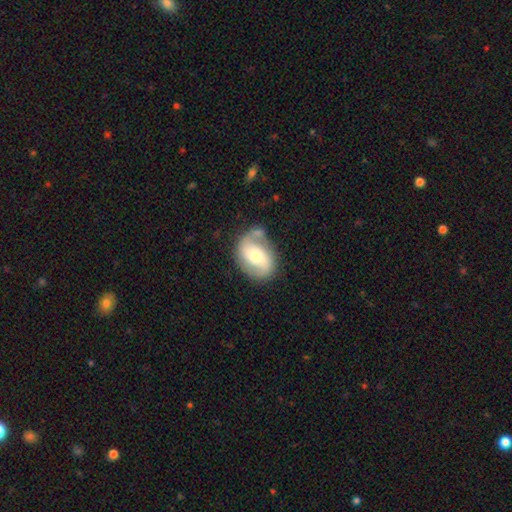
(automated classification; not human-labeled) Smooth or featured: featured or disk — 68% (smooth — 26%)
Edge-on disk: no — 97% (yes — 3%)
Bar: no — 47% (weak — 37%)
Spiral arms: yes — 86% (no — 14%)
Spiral winding: medium — 44% (loose — 38%)
Spiral arm count: 2 — 88% (can't tell — 6%)
Bulge size: moderate — 56% (small — 30%)
Merging: none — 65% (minor disturbance — 20%)